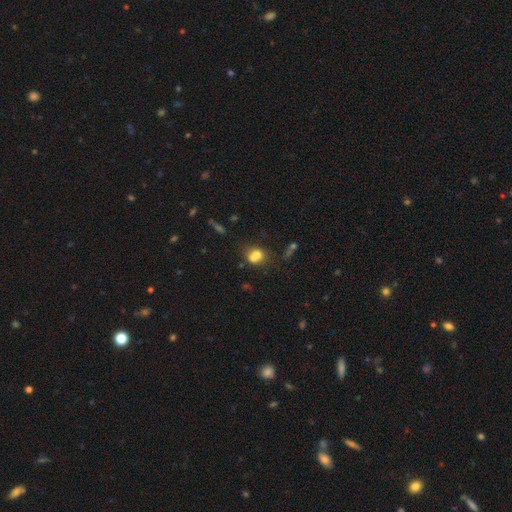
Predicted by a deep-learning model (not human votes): smooth-or-featured: smooth: 68% | featured or disk: 19% | star or artifact: 13%
  how-rounded: round: 68% | in between: 31% | cigar-shaped: 1%
  merging: merger: 51% | none: 33% | minor disturbance: 10% | major disturbance: 5%